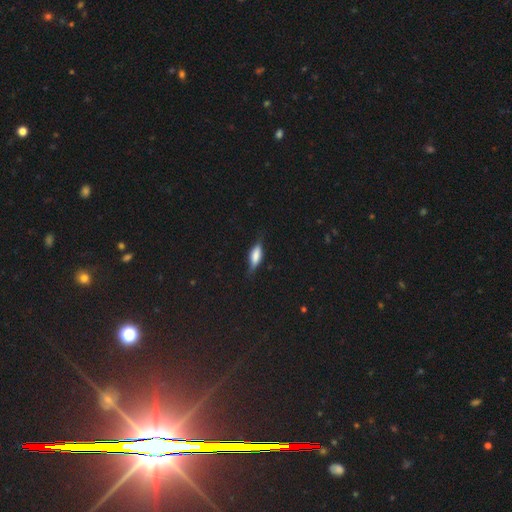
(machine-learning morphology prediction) A smooth galaxy with no disk features (59%) that is in between round and cigar-shaped (63%).

Vote fractions:
- Smooth or featured? smooth: 59% / featured or disk: 33% / star or artifact: 8%
- How rounded? in between: 63% / cigar-shaped: 34% / round: 3%
- Merging? none: 71% / minor disturbance: 22% / major disturbance: 6% / merger: 1%